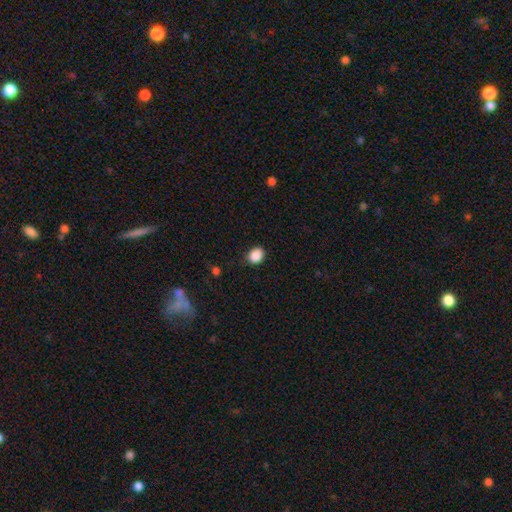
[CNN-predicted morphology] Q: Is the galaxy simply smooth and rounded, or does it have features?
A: smooth — 88%.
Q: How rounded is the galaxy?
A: round — 56%.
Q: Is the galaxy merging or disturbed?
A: none — 77%.